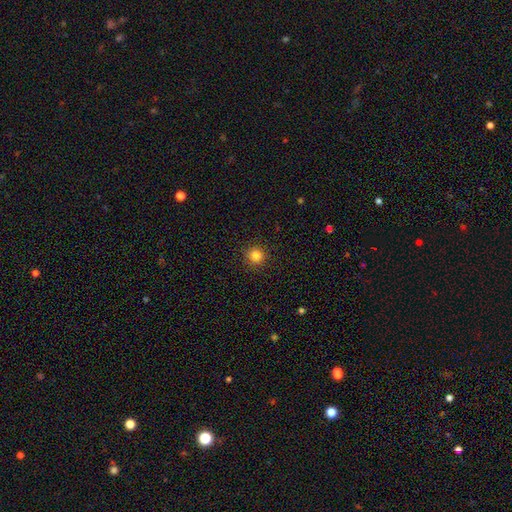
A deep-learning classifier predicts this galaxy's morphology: type=smooth (83%); roundness=round (94%); merging=none (91%).